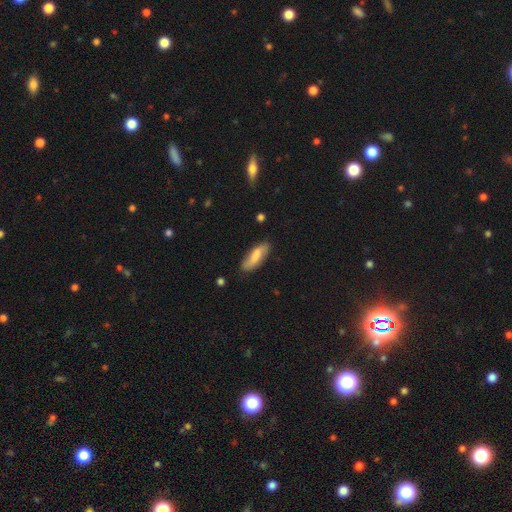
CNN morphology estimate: This appears to be a smooth galaxy with no disk features (66%) that is in between round and cigar-shaped (61%). Merging: none (77%).